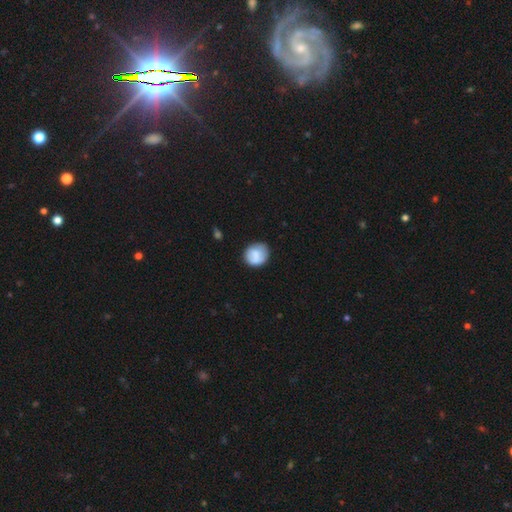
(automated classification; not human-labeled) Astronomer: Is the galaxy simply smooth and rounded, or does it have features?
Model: smooth — 77%.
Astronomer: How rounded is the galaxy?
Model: round — 82%.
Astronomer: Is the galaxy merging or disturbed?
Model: none — 74%.